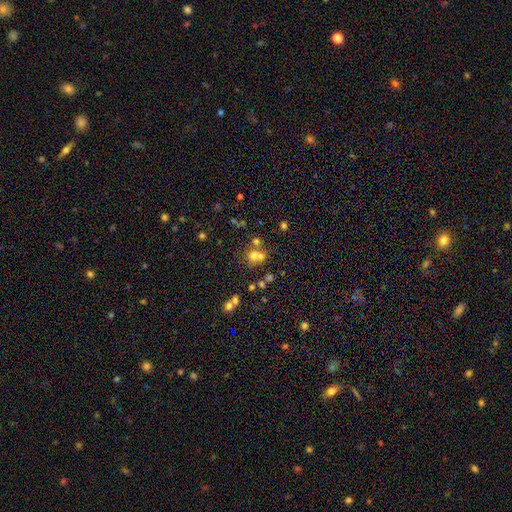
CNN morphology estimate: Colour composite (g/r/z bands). It shows a smooth galaxy with no disk features (57%) that is round (74%). Merging: merger (45%).